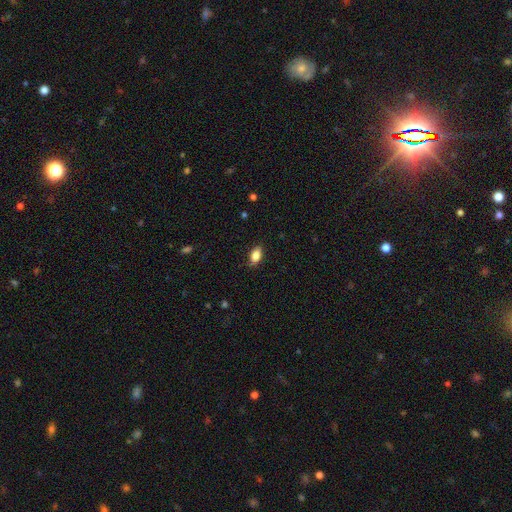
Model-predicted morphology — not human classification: smooth-or-featured: smooth: 83% | featured or disk: 9% | star or artifact: 8%
  how-rounded: in between: 89% | round: 7% | cigar-shaped: 4%
  merging: none: 82% | minor disturbance: 14% | major disturbance: 3% | merger: 1%